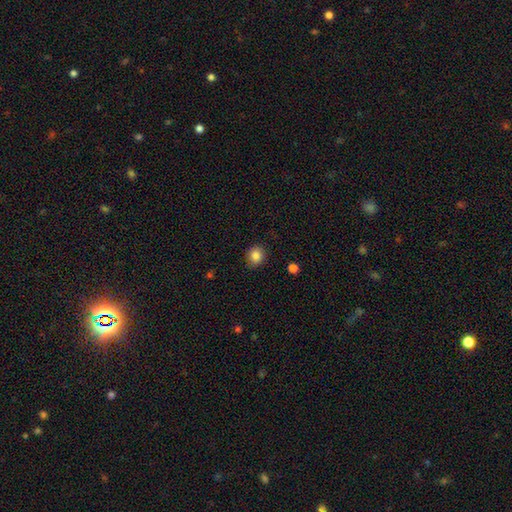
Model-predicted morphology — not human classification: Smooth or featured? smooth (85%)
How rounded? round (73%)
Merging? none (87%)